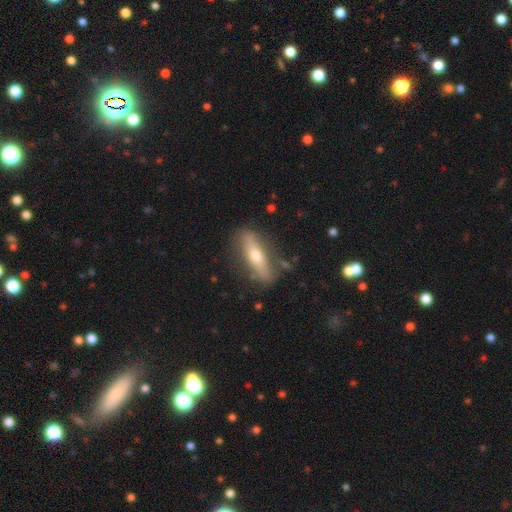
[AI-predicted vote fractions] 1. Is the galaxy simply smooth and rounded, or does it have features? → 51% featured or disk, 42% smooth, 7% star or artifact.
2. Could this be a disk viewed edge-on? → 78% yes, 22% no.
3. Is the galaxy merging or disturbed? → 81% none, 12% minor disturbance, 4% major disturbance, 2% merger.